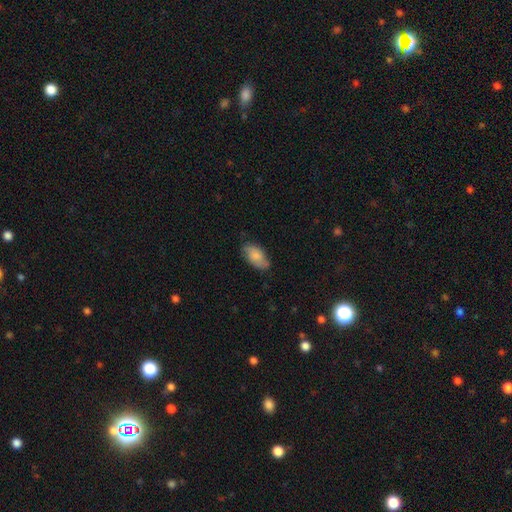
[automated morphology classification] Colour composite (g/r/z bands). It shows a smooth galaxy with no disk features (70%) that is in between round and cigar-shaped (93%). Merging: none (74%).